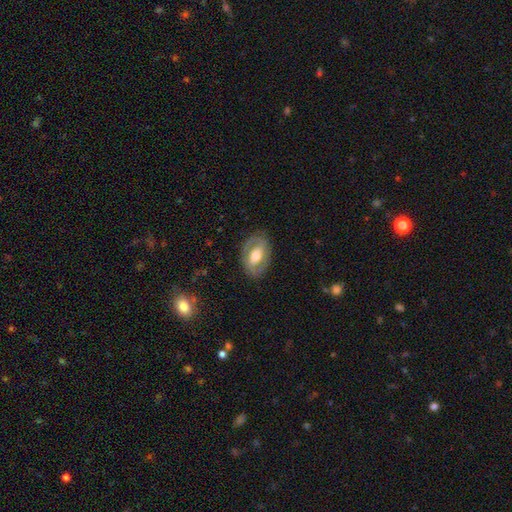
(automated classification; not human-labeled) Smooth or featured? Predicted: featured or disk (p=0.65). Edge-on disk? Predicted: no (p=0.93). Bar? Predicted: weak (p=0.37). Spiral arms? Predicted: yes (p=0.61). Bulge size? Predicted: moderate (p=0.64). Merging? Predicted: none (p=0.81).